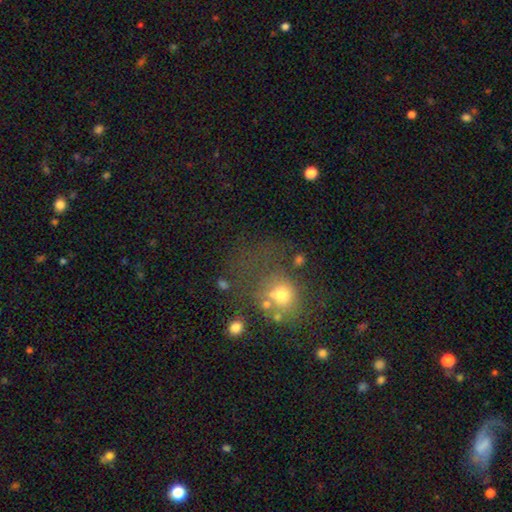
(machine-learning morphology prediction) smooth 49%, star or artifact 32%, featured or disk 19%. Down the decision tree: merging — none (49%).